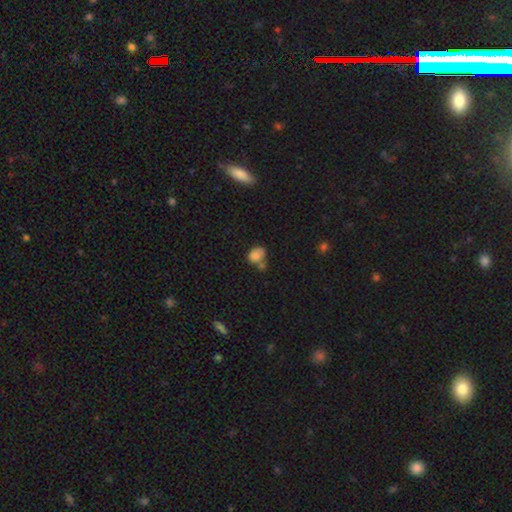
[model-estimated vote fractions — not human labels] Smooth or featured: smooth — 80% (star or artifact — 10%)
How rounded: in between — 64% (round — 35%)
Merging: none — 46% (merger — 28%)